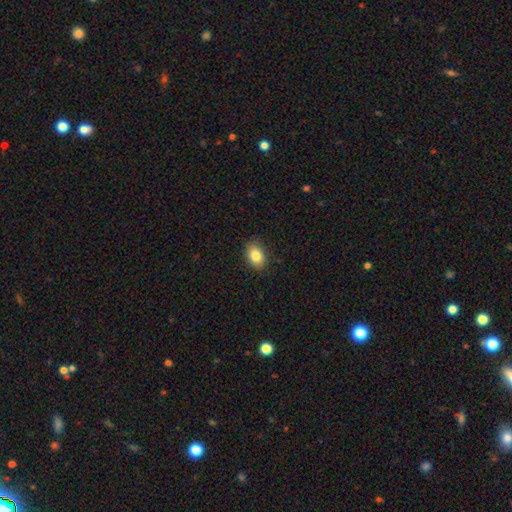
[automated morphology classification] smooth-or-featured: smooth: 84% | star or artifact: 8% | featured or disk: 8%
  how-rounded: in between: 81% | round: 18% | cigar-shaped: 1%
  merging: none: 87% | minor disturbance: 10% | major disturbance: 2% | merger: 1%